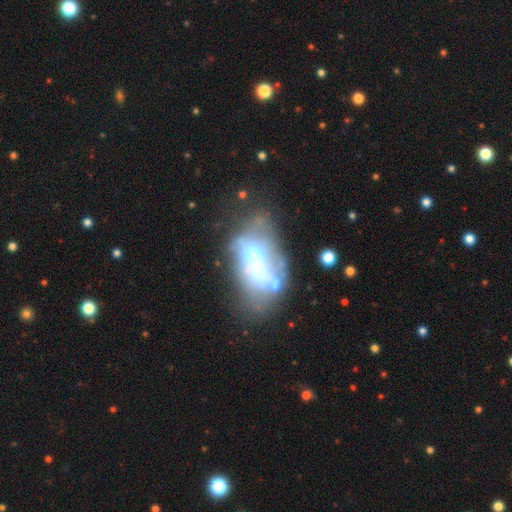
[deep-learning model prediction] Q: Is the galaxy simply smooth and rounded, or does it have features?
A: featured or disk — 52%.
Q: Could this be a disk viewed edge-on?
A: no — 94%.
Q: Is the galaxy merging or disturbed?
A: major disturbance — 33%.